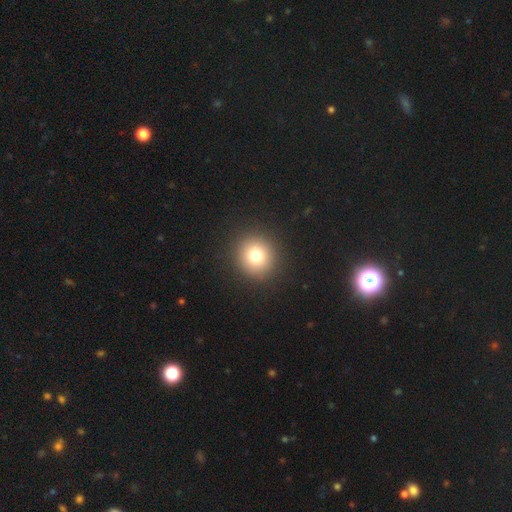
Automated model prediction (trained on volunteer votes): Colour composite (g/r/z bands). It shows a smooth galaxy with no disk features (77%) that is round (91%). Merging: none (92%).